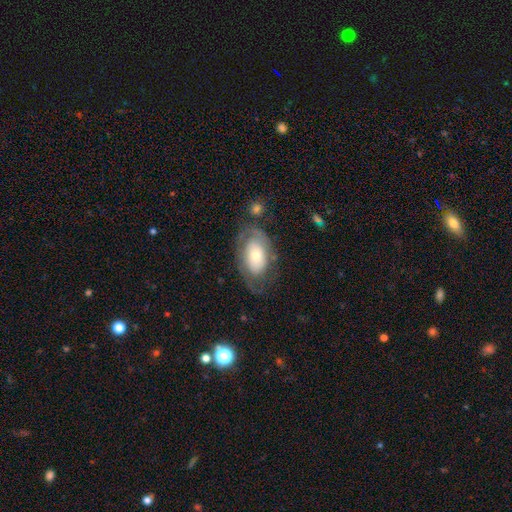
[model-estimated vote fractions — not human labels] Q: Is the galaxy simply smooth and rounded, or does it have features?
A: featured or disk — 52%.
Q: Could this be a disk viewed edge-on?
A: no — 93%.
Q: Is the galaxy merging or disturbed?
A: none — 58%.